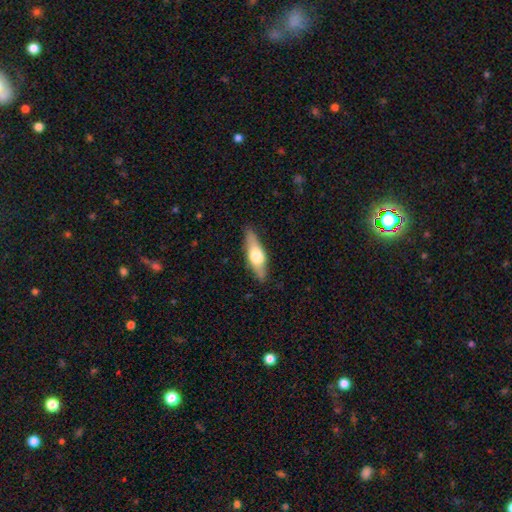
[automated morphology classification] featured or disk 48%, smooth 47%, star or artifact 6%. Down the decision tree: merging — none (86%).